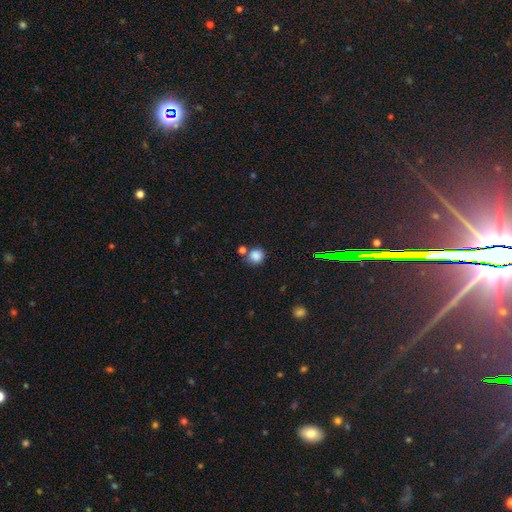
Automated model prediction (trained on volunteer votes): A smooth galaxy with no disk features (83%) that is round (88%). Merging: none (65%).